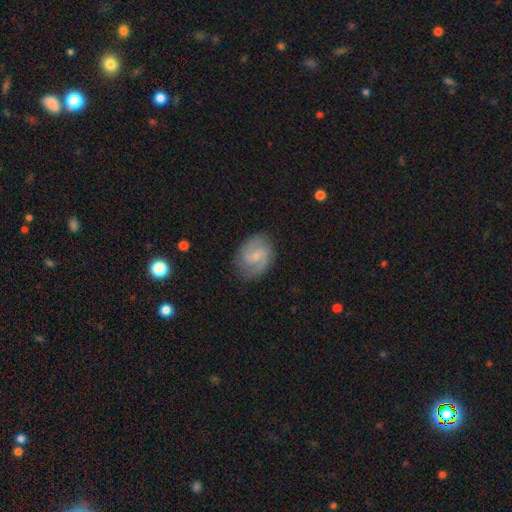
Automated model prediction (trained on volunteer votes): A featured or disk galaxy (75%) with a weak bar (60%), 2 (86%) medium (51%) spiral arms (94%) and a small central bulge (60%). Merging: none (80%).